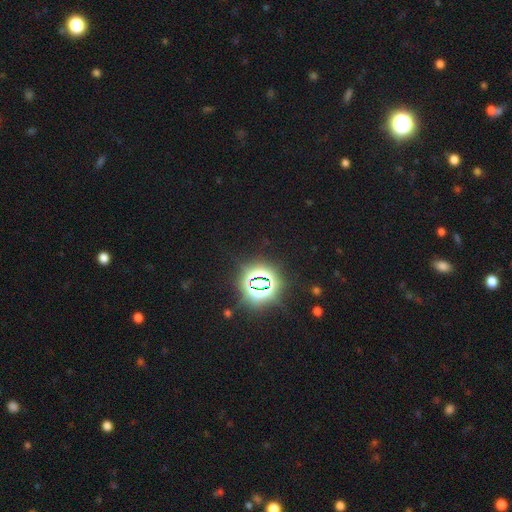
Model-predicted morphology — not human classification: Smooth or featured? Predicted: star or artifact (p=0.82).